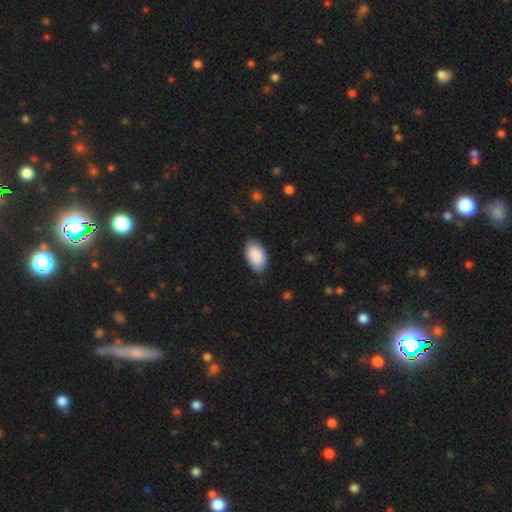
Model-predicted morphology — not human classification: A smooth galaxy with no disk features (90%) that is in between round and cigar-shaped (95%).

Vote fractions:
- Smooth or featured? smooth: 90% / star or artifact: 6% / featured or disk: 5%
- How rounded? in between: 95% / round: 4% / cigar-shaped: 1%
- Merging? none: 80% / minor disturbance: 16% / major disturbance: 3% / merger: 1%